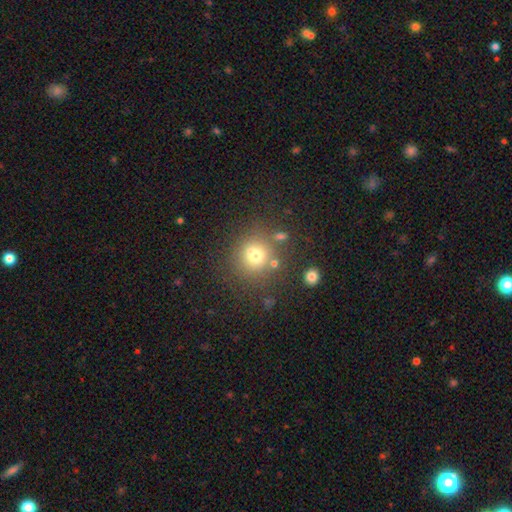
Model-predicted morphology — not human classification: The model was most divided on "smooth or featured": smooth: 69%, star or artifact: 18%, featured or disk: 14%. More confident: how rounded — round (87%); merging — none (68%).